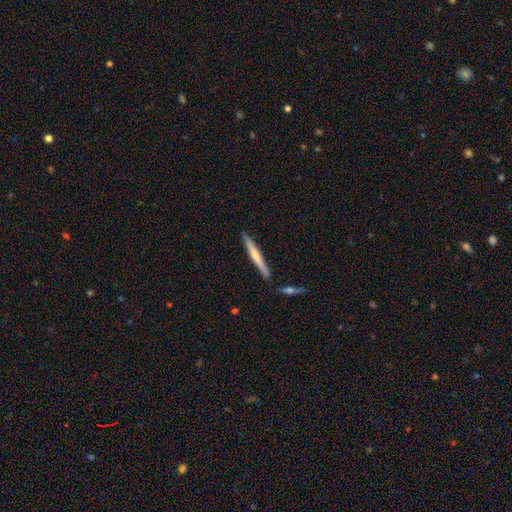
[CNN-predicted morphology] Smooth or featured? Predicted: smooth (p=0.55). How rounded? Predicted: cigar-shaped (p=0.96). Merging? Predicted: none (p=0.87).